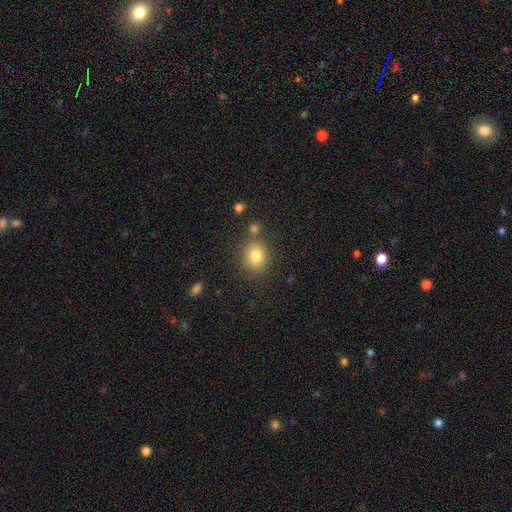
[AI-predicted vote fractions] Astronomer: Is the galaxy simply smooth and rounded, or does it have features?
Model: smooth — 80%.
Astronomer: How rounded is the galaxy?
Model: round — 68%.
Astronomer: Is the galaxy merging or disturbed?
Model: none — 78%.